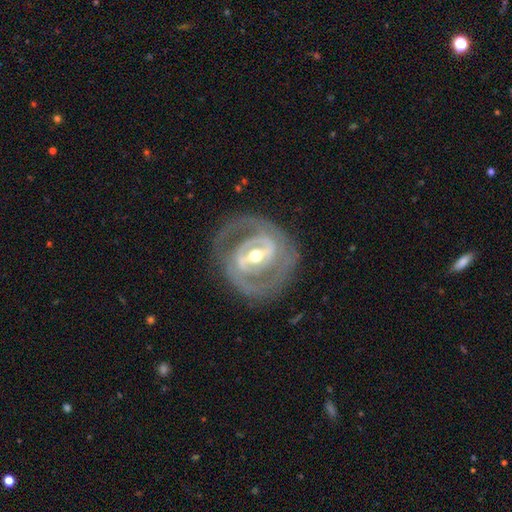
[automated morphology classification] Smooth or featured? featured or disk (86%)
Edge-on disk? no (95%)
Bar? strong (58%)
Spiral arms? yes (72%)
Spiral winding? tight (57%)
Spiral arm count? 2 (65%)
Bulge size? moderate (66%)
Merging? none (75%)